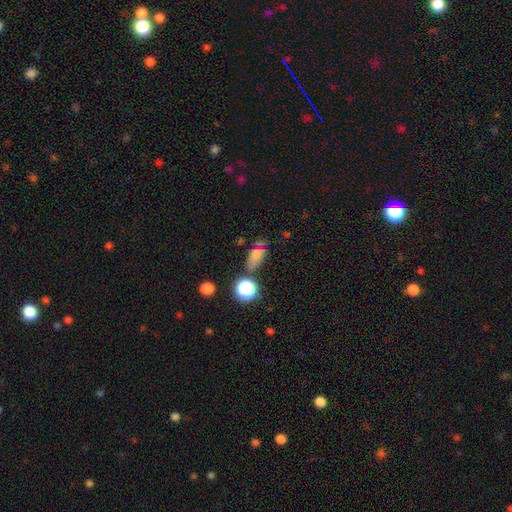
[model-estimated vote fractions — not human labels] Morphology: type=smooth (70%); roundness=in between (73%); merging=none (59%).